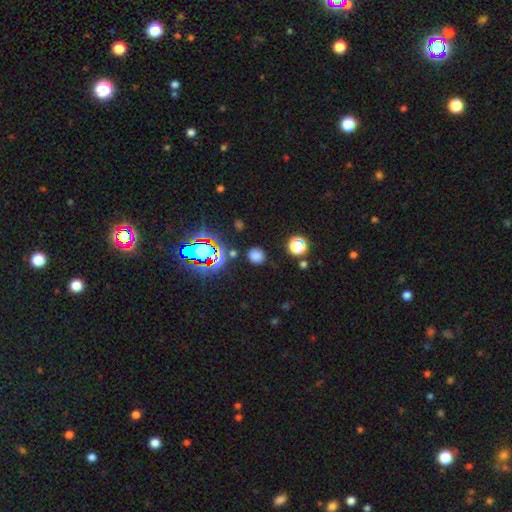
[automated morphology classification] smooth 70%, star or artifact 24%, featured or disk 6%. Down the decision tree: how rounded — round (87%); merging — none (84%).